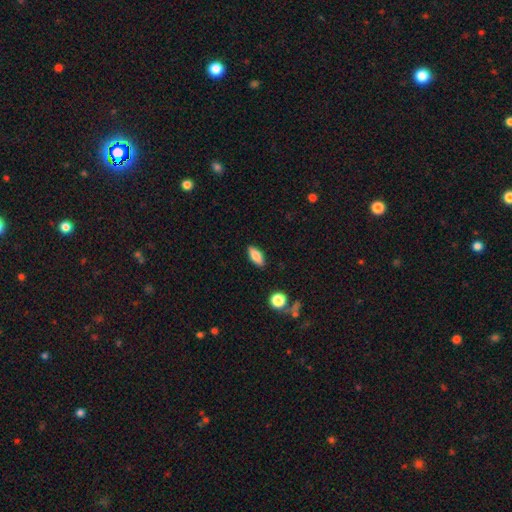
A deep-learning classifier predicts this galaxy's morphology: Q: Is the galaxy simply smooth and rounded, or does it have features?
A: smooth — 79%.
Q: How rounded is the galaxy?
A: in between — 75%.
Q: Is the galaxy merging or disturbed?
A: none — 88%.